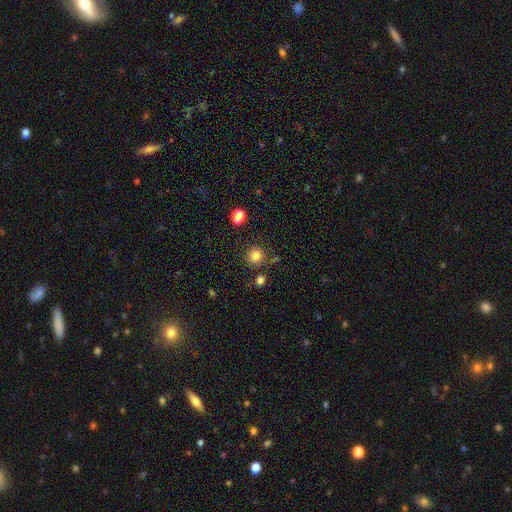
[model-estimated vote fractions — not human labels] smooth_or_featured: smooth (p=0.81) [alt: star or artifact p=0.13]
how_rounded: round (p=0.92) [alt: in between p=0.07]
merging: none (p=0.82) [alt: minor disturbance p=0.09]